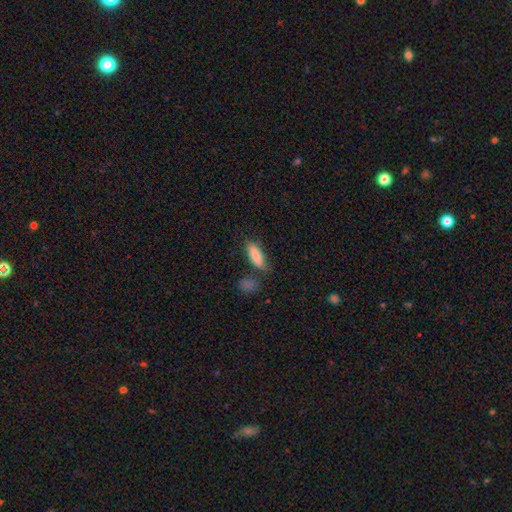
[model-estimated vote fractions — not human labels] smooth_or_featured: smooth (p=0.82) [alt: featured or disk p=0.12]
how_rounded: in between (p=0.61) [alt: cigar-shaped p=0.37]
merging: none (p=0.65) [alt: minor disturbance p=0.19]